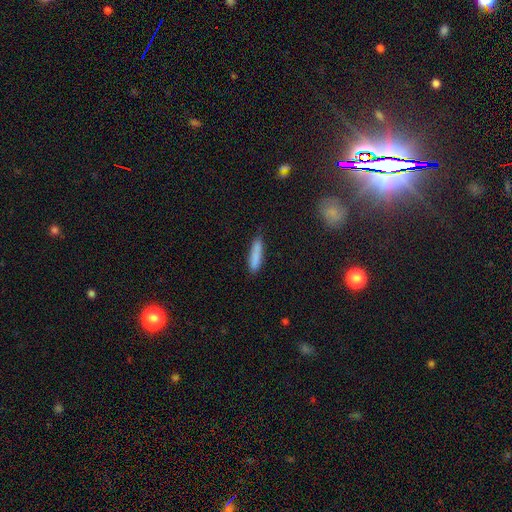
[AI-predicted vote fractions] smooth_or_featured: smooth (p=0.85) [alt: featured or disk p=0.08]
how_rounded: cigar-shaped (p=0.78) [alt: in between p=0.20]
merging: none (p=0.77) [alt: minor disturbance p=0.18]